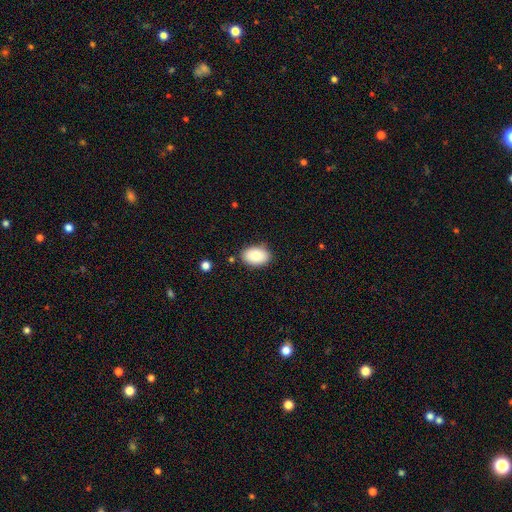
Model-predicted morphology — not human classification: This is clearly a smooth galaxy (85%). How rounded: clearly in between (89%). Merging: clearly none (83%).